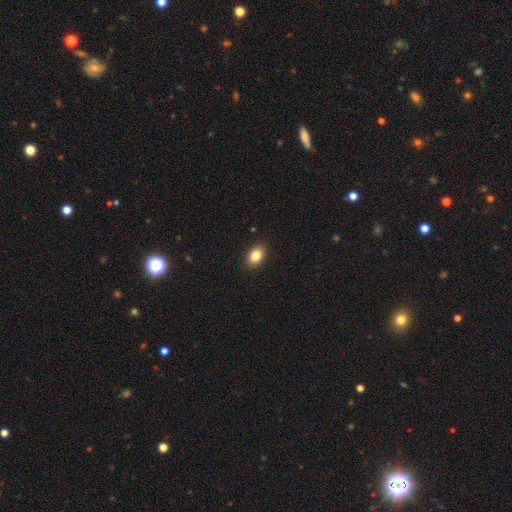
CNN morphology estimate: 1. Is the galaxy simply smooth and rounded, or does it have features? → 84% smooth, 9% star or artifact, 7% featured or disk.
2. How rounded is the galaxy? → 82% in between, 17% round, 1% cigar-shaped.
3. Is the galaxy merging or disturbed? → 90% none, 7% minor disturbance, 2% major disturbance, 1% merger.